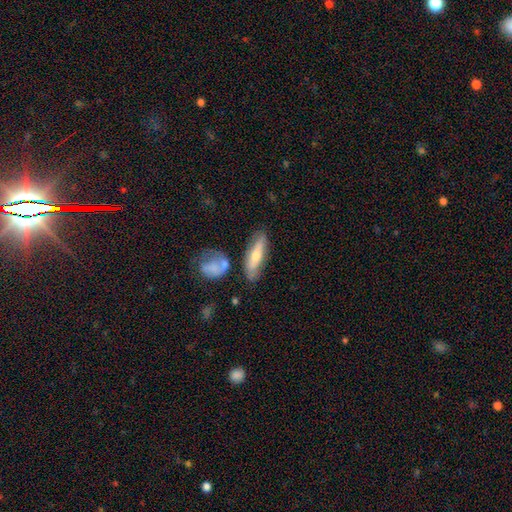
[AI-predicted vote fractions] Morphology: type=smooth (52%); roundness=cigar-shaped (55%); merging=none (69%).